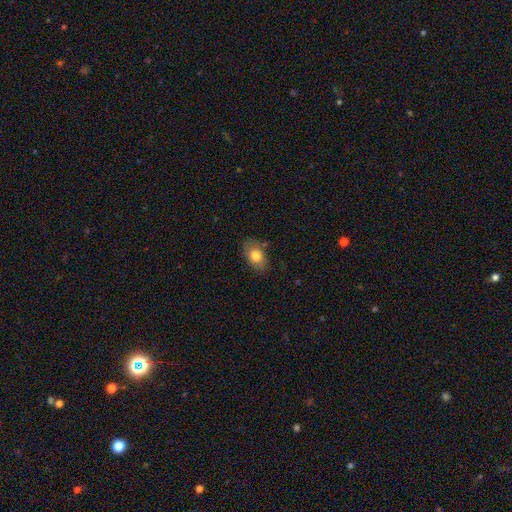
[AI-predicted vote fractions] Overall: smooth (78%). How rounded: in between (83%). Merging: none (78%).